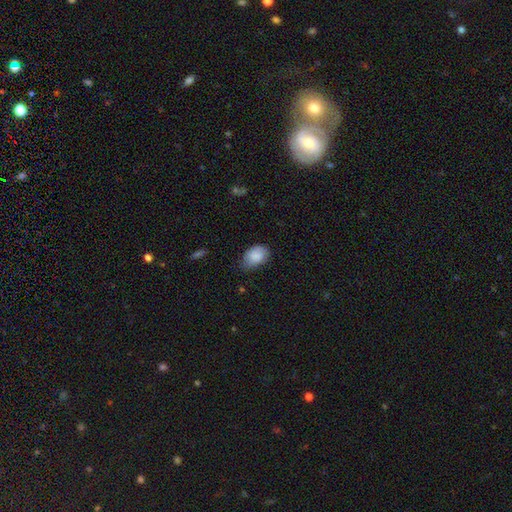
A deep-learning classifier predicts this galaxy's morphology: The model was most divided on "merging": none: 55%, minor disturbance: 37%, major disturbance: 7%, merger: 1%. More confident: how rounded — in between (86%); smooth or featured — smooth (83%).